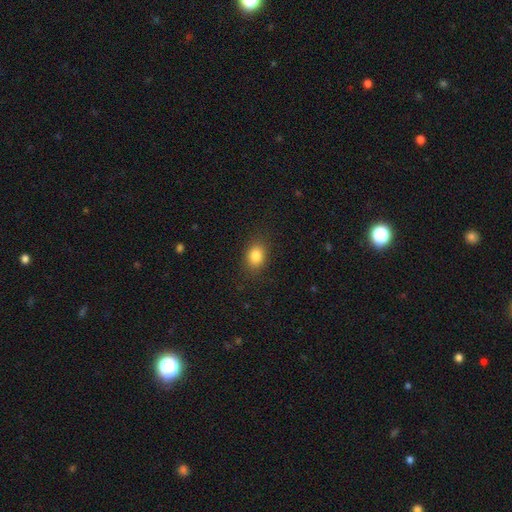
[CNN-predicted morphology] smooth 84%, star or artifact 10%, featured or disk 6%. Down the decision tree: how rounded — in between (68%); merging — none (85%).